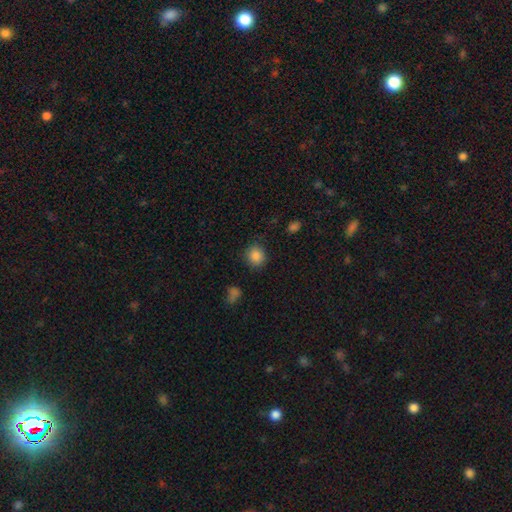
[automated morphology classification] Smooth or featured?
  - smooth: 86% *
  - star or artifact: 10%
  - featured or disk: 4%
How rounded?
  - round: 83% *
  - in between: 16%
  - cigar-shaped: 1%
Merging?
  - none: 85% *
  - minor disturbance: 10%
  - major disturbance: 3%
  - merger: 2%